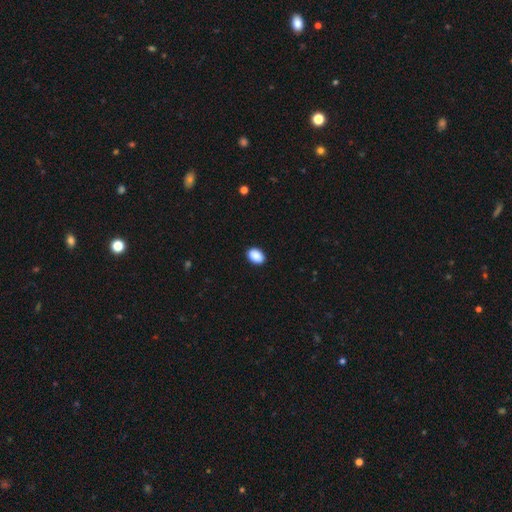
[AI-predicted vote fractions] A smooth galaxy with no disk features (90%) that is in between round and cigar-shaped (82%).

Vote fractions:
- Smooth or featured? smooth: 90% / star or artifact: 7% / featured or disk: 2%
- How rounded? in between: 82% / round: 17% / cigar-shaped: 1%
- Merging? none: 90% / minor disturbance: 7% / major disturbance: 2% / merger: 1%